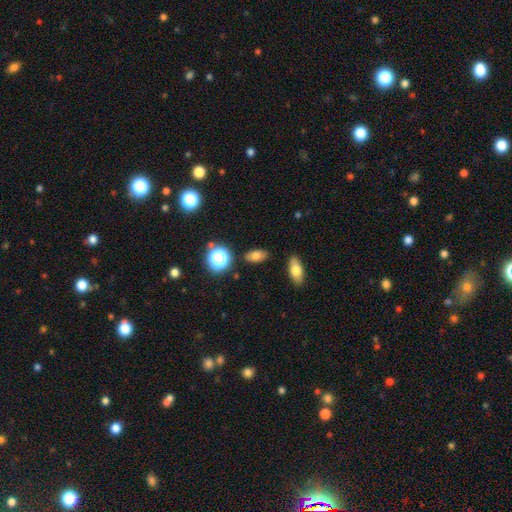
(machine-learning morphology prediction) This appears to be a smooth galaxy with no disk features (75%) that is in between round and cigar-shaped (83%). Merging: none (84%).